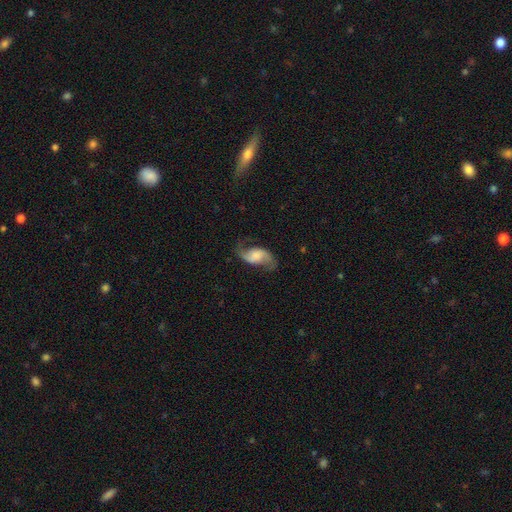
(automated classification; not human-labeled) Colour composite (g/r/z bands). It shows a featured or disk galaxy (78%) with no bar (47%), 2 (92%) loose (66%) spiral arms (95%) and no central bulge (30%). Merging: none (71%).